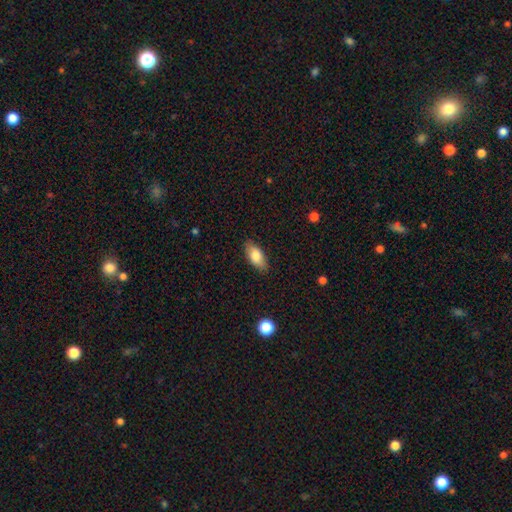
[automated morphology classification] smooth_or_featured: smooth (p=0.80) [alt: featured or disk p=0.13]
how_rounded: in between (p=0.88) [alt: cigar-shaped p=0.09]
merging: none (p=0.84) [alt: minor disturbance p=0.12]